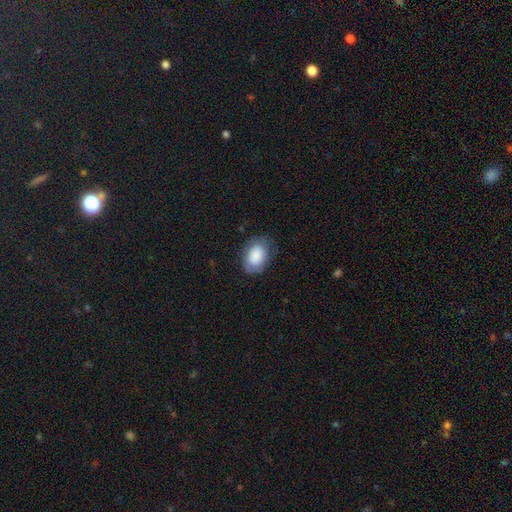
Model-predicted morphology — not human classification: Smooth or featured? Predicted: smooth (p=0.80). How rounded? Predicted: in between (p=0.86). Merging? Predicted: none (p=0.71).